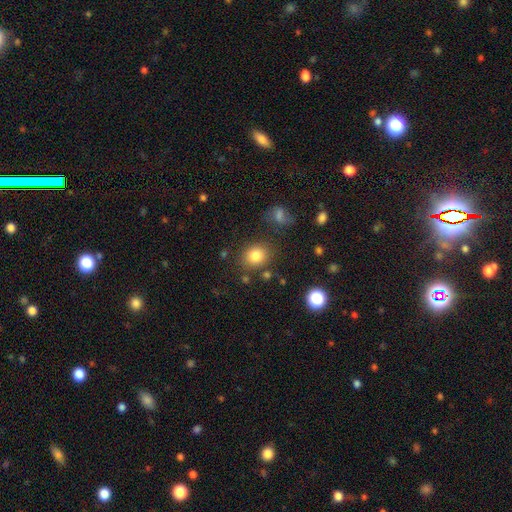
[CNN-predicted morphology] type=smooth (81%); roundness=round (60%); merging=none (80%).